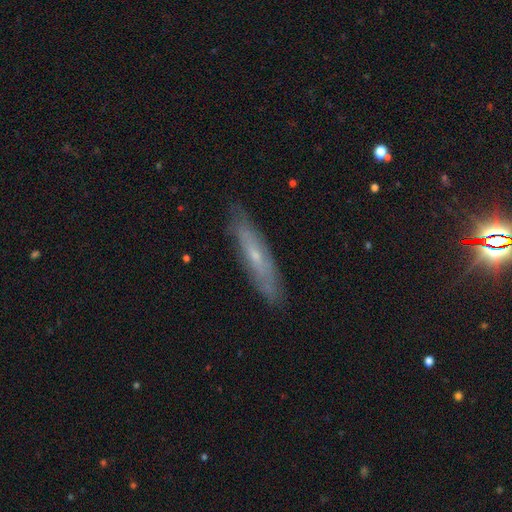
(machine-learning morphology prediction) Smooth or featured: featured or disk — 56% (smooth — 37%)
Edge-on disk: yes — 63% (no — 37%)
Merging: none — 84% (minor disturbance — 12%)